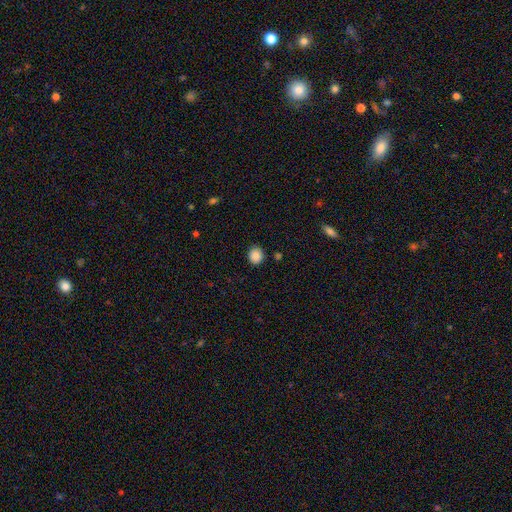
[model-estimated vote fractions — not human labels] Overall: smooth (87%). How rounded: round (81%). Merging: none (86%).